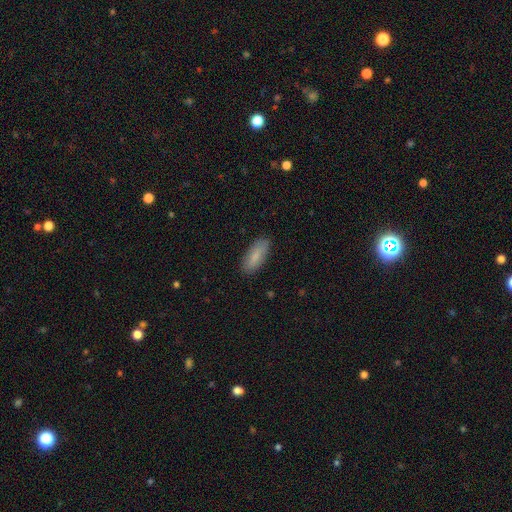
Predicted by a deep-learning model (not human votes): This appears to be a smooth galaxy with no disk features (83%) that is in between round and cigar-shaped (75%). Merging: none (86%).